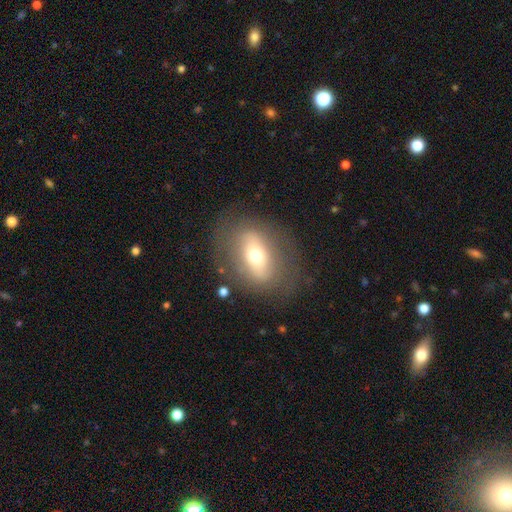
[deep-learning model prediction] The model was most divided on "smooth or featured": smooth: 46%, featured or disk: 45%, star or artifact: 9%. More confident: merging — none (75%).